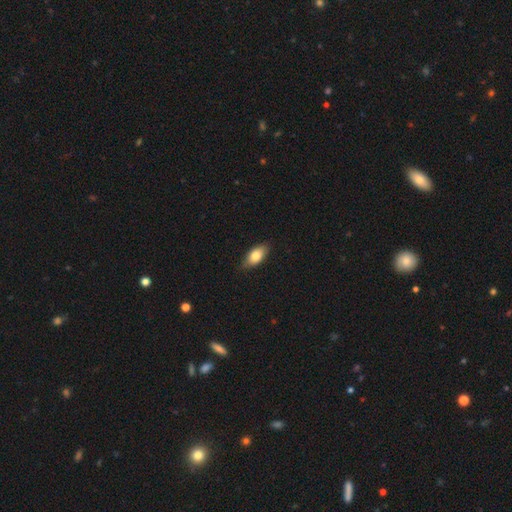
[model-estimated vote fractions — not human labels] A smooth galaxy with no disk features (79%) that is in between round and cigar-shaped (89%). Merging: none (81%).